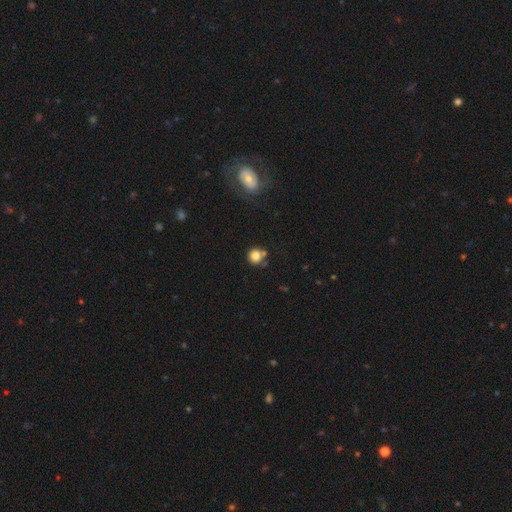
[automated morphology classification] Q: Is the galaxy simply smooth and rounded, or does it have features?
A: smooth — 81%.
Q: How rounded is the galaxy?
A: round — 90%.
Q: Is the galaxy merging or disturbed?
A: none — 66%.